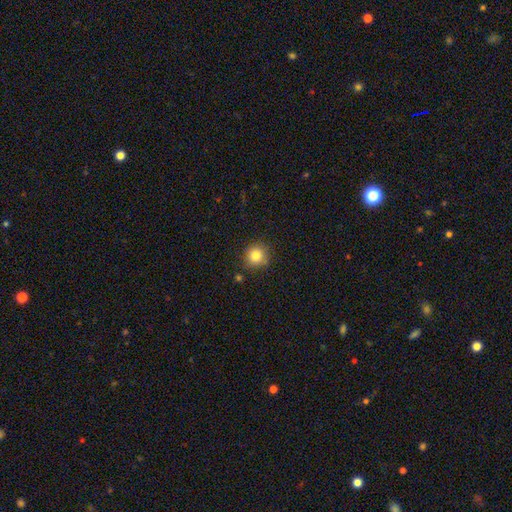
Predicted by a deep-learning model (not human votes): The model was most divided on "smooth or featured": smooth: 83%, star or artifact: 11%, featured or disk: 6%. More confident: how rounded — round (92%); merging — none (84%).